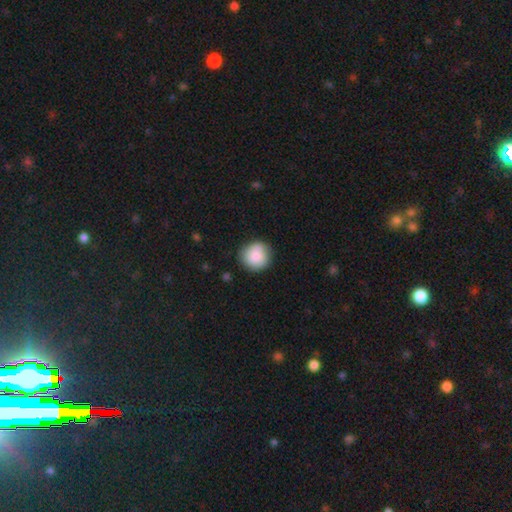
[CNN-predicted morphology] A smooth galaxy with no disk features (84%) that is round (92%).

Vote fractions:
- Smooth or featured? smooth: 84% / featured or disk: 9% / star or artifact: 7%
- How rounded? round: 92% / in between: 7% / cigar-shaped: 1%
- Merging? none: 83% / minor disturbance: 12% / major disturbance: 3% / merger: 2%